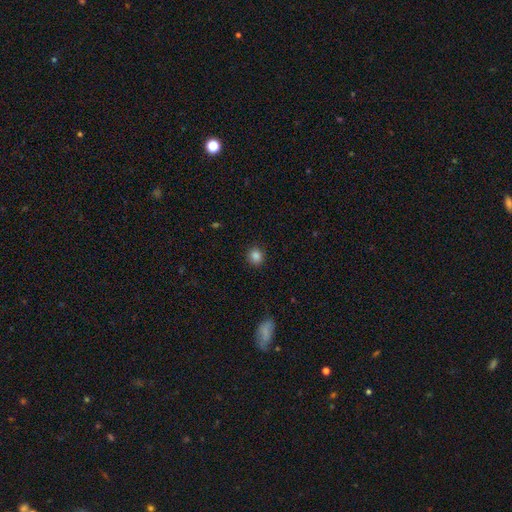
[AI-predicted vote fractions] This appears to be a smooth galaxy with no disk features (85%) that is round (86%). Merging: none (91%).